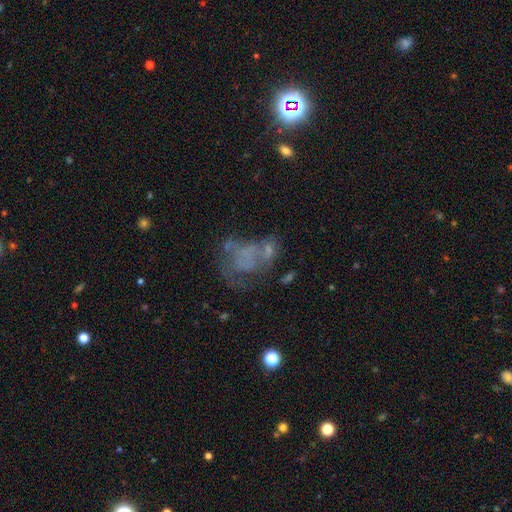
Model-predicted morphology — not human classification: A featured or disk galaxy (49%).

Vote fractions:
- Smooth or featured? featured or disk: 49% / star or artifact: 27% / smooth: 24%
- Merging? major disturbance: 38% / none: 30% / minor disturbance: 17% / merger: 16%